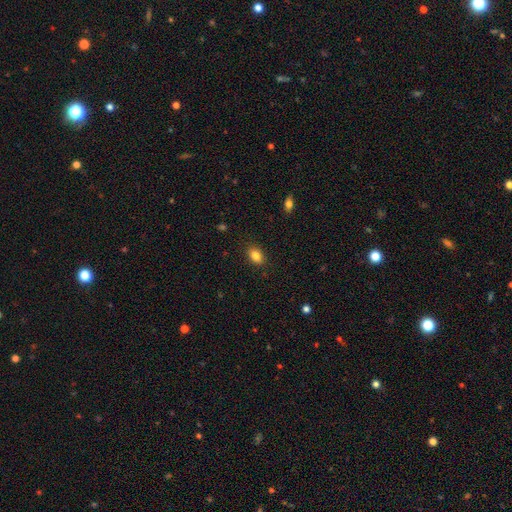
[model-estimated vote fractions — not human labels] Smooth or featured? Predicted: smooth (p=0.85). How rounded? Predicted: in between (p=0.79). Merging? Predicted: none (p=0.87).